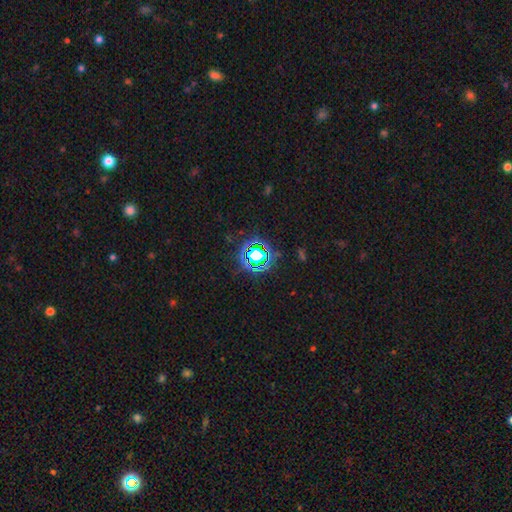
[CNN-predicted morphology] smooth_or_featured: star or artifact (p=0.71) [alt: smooth p=0.18]